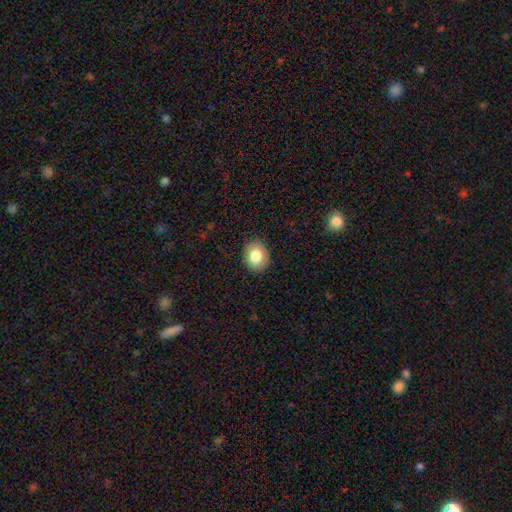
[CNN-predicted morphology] The model was most divided on "how rounded": round: 50%, in between: 49%, cigar-shaped: 1%. More confident: merging — none (88%); smooth or featured — smooth (83%).